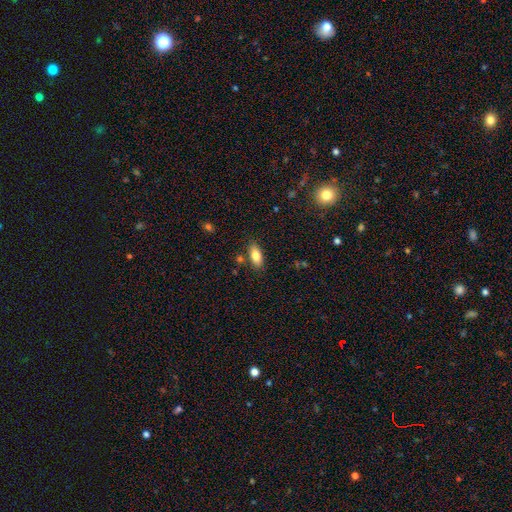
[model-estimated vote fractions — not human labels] This appears to be a smooth galaxy with no disk features (81%) that is in between round and cigar-shaped (86%). Merging: none (82%).